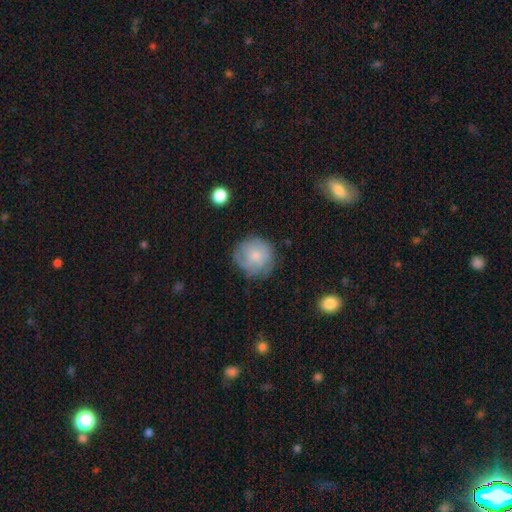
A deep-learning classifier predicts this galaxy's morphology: This is possibly a smooth galaxy (47%). Merging: likely none (73%).